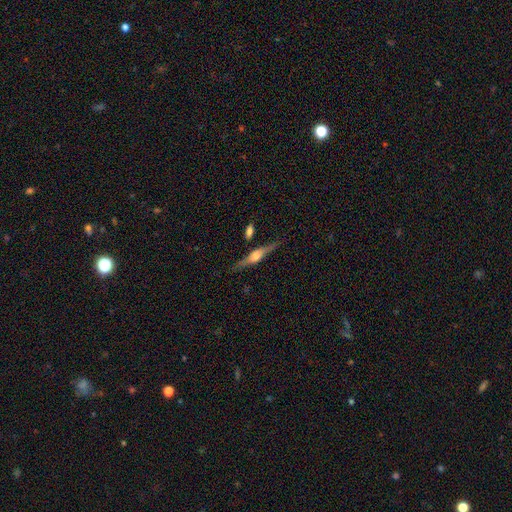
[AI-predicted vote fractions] A featured or disk galaxy (77%) viewed edge-on (97%) with a rounded central bulge (87%).

Vote fractions:
- Smooth or featured? featured or disk: 77% / smooth: 16% / star or artifact: 6%
- Edge-on disk? yes: 97% / no: 3%
- Edge-on bulge? rounded: 87% / boxy: 11% / none: 3%
- Merging? none: 81% / minor disturbance: 11% / merger: 5% / major disturbance: 3%